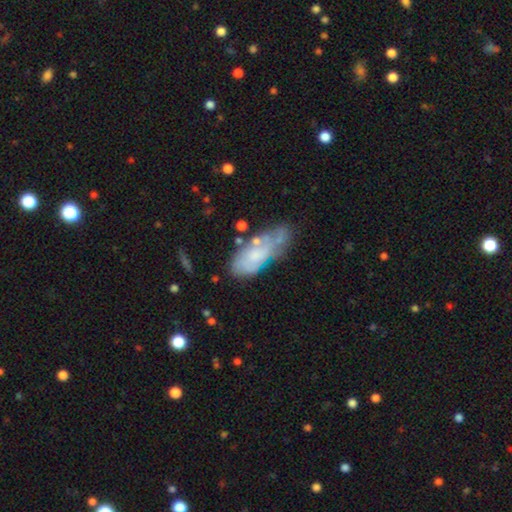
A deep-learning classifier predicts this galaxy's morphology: The model was most divided on "merging": none: 38%, minor disturbance: 32%, major disturbance: 18%, merger: 12%. More confident: how rounded — in between (78%); smooth or featured — smooth (52%).